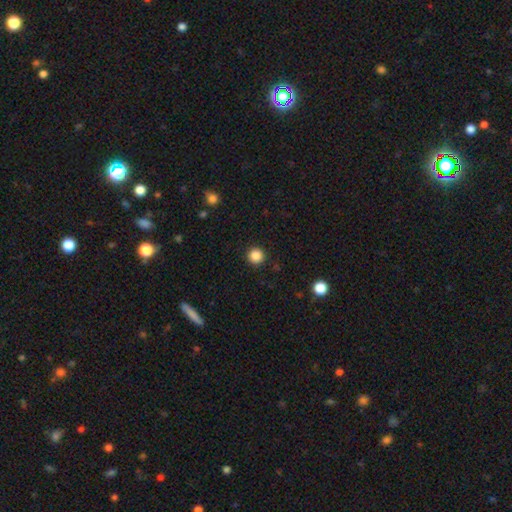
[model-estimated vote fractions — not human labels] A smooth galaxy with no disk features (86%) that is round (96%).

Vote fractions:
- Smooth or featured? smooth: 86% / star or artifact: 11% / featured or disk: 3%
- How rounded? round: 96% / in between: 3% / cigar-shaped: 1%
- Merging? none: 93% / minor disturbance: 5% / major disturbance: 2% / merger: 1%